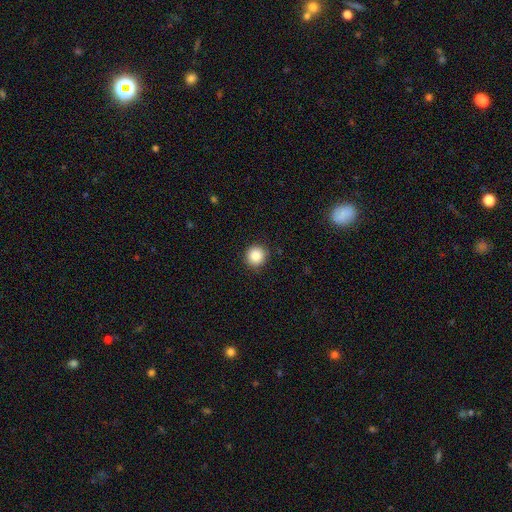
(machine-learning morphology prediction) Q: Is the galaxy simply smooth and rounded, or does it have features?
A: smooth — 87%.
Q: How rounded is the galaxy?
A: round — 93%.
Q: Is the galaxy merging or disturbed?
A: none — 90%.